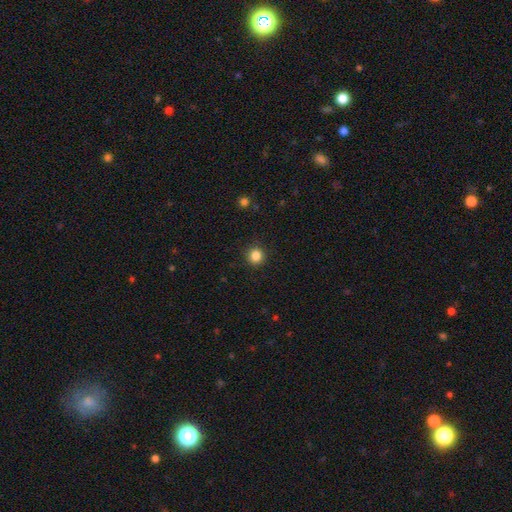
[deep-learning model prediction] Q: Smooth or featured?
A: smooth (85%); runner-up: star or artifact (11%)
Q: How rounded?
A: round (92%); runner-up: in between (7%)
Q: Merging?
A: none (92%); runner-up: minor disturbance (6%)